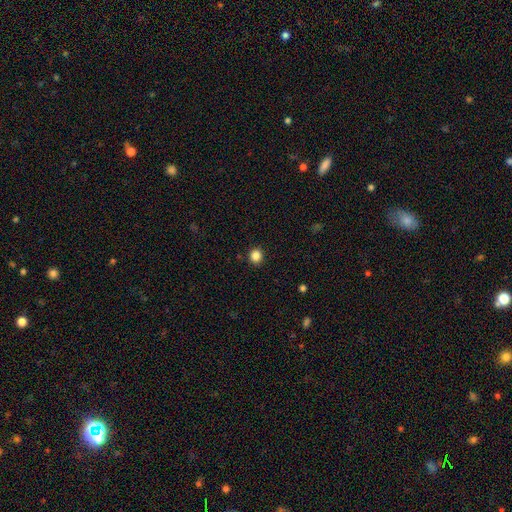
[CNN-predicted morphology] type=smooth (86%); roundness=round (87%); merging=none (92%).